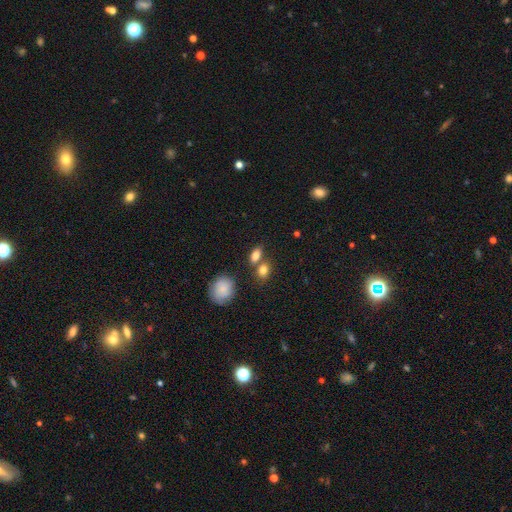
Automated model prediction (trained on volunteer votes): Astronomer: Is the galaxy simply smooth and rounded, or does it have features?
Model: smooth — 79%.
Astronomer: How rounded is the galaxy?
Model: in between — 80%.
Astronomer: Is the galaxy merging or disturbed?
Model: none — 55% (runner-up: merger, 30%).